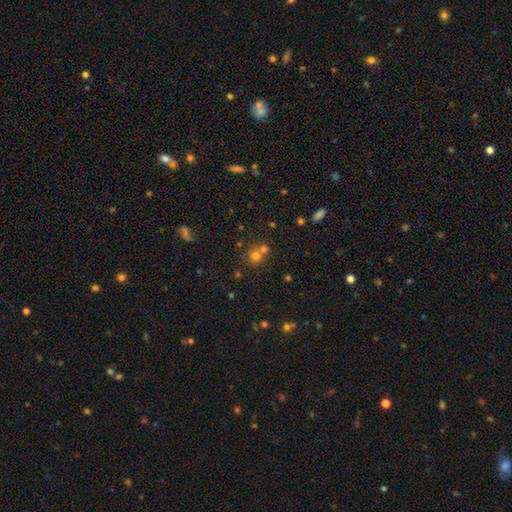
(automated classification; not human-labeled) Smooth or featured: smooth — 68% (star or artifact — 21%)
How rounded: round — 87% (in between — 12%)
Merging: none — 51% (merger — 39%)